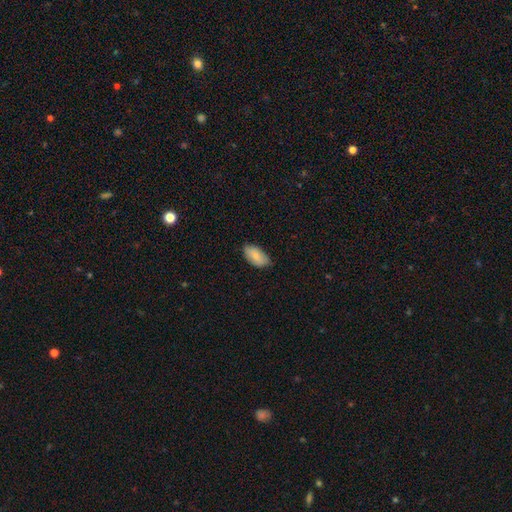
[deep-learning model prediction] This appears to be a smooth galaxy with no disk features (82%) that is in between round and cigar-shaped (94%). Merging: none (76%).